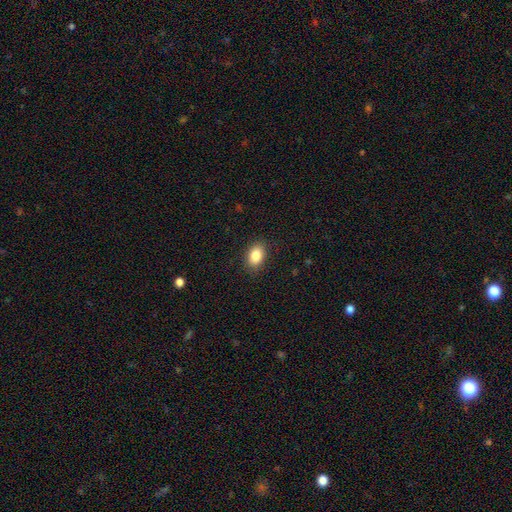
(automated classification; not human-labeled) Overall: smooth (86%). How rounded: in between (84%). Merging: none (87%).